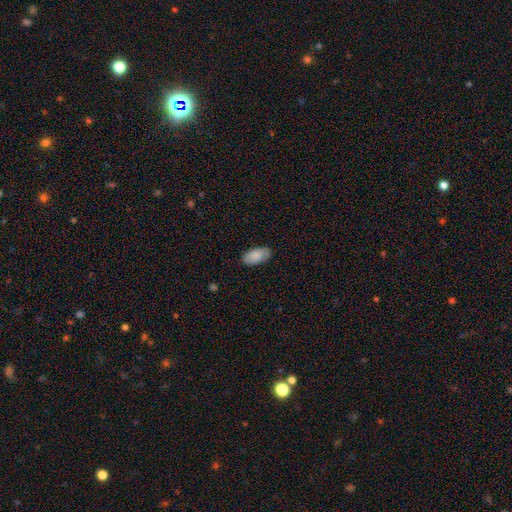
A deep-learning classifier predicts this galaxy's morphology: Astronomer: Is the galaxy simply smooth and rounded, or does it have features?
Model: smooth — 85%.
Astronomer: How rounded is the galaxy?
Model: in between — 94%.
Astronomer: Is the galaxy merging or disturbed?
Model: none — 81%.